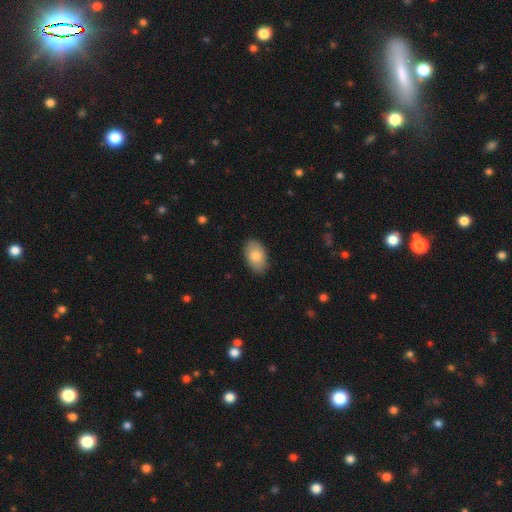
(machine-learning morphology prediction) Smooth or featured? smooth (80%)
How rounded? in between (92%)
Merging? none (85%)